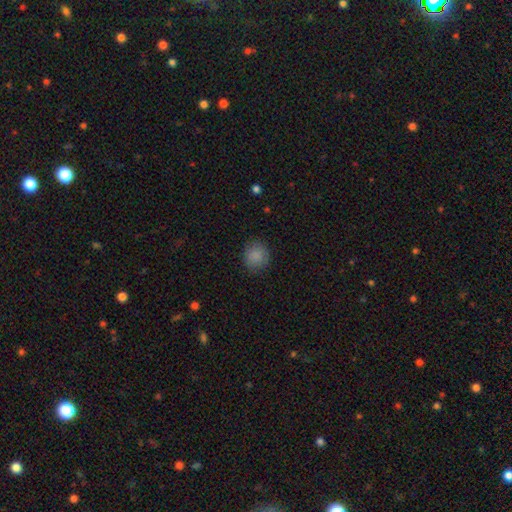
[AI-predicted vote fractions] Smooth or featured?
  - smooth: 87% *
  - star or artifact: 9%
  - featured or disk: 4%
How rounded?
  - round: 85% *
  - in between: 14%
  - cigar-shaped: 1%
Merging?
  - none: 83% *
  - minor disturbance: 12%
  - major disturbance: 4%
  - merger: 1%